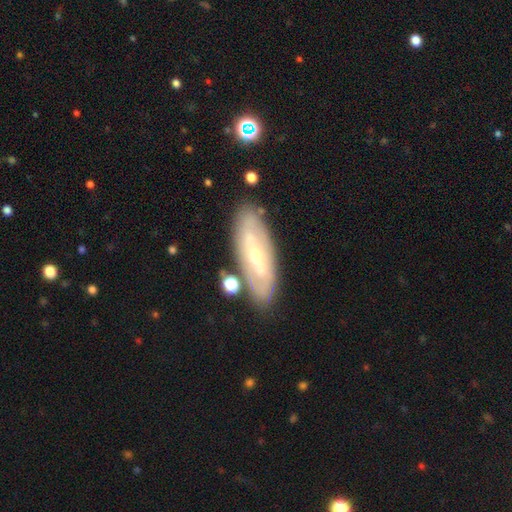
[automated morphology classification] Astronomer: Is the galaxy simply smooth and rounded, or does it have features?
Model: featured or disk — 68%.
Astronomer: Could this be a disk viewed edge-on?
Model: no — 80%.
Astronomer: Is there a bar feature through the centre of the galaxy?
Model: strong — 43% (runner-up: weak, 35%).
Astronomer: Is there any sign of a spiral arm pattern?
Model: yes — 64%.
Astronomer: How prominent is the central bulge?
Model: small — 51% (runner-up: moderate, 41%).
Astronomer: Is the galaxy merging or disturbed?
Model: none — 80%.